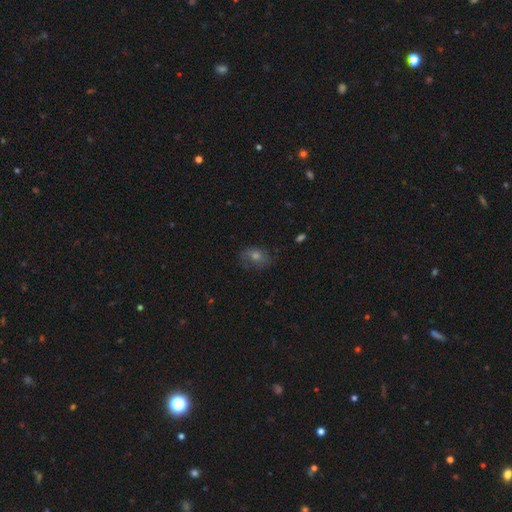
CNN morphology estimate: Smooth or featured?
  - smooth: 48% *
  - featured or disk: 30%
  - star or artifact: 22%
Merging?
  - none: 73% *
  - minor disturbance: 18%
  - major disturbance: 7%
  - merger: 1%